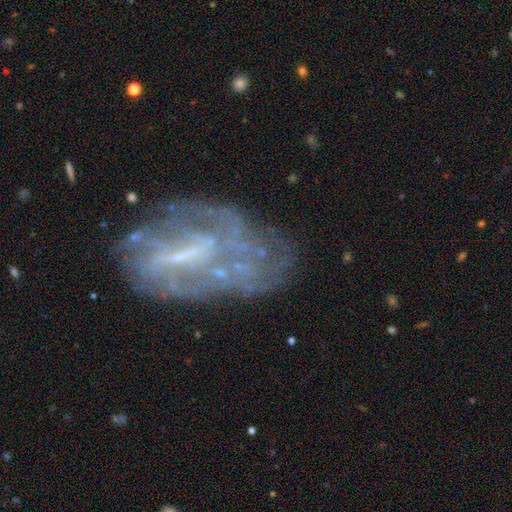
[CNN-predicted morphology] A featured or disk galaxy (72%) with a weak bar (44%), spiral arms (53%) and a small central bulge (44%). Merging: none (49%).